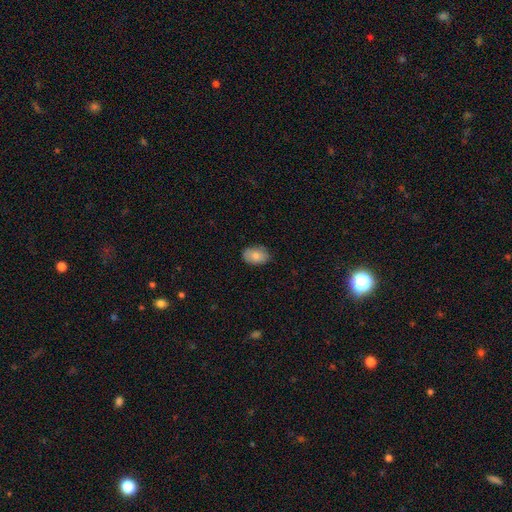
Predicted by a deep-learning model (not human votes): Smooth or featured? Predicted: smooth (p=0.82). How rounded? Predicted: in between (p=0.86). Merging? Predicted: none (p=0.83).